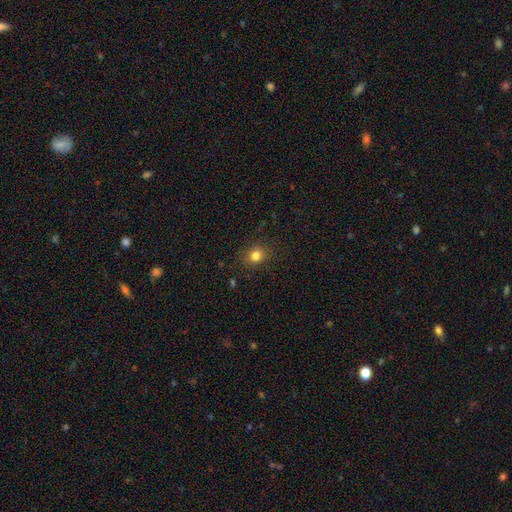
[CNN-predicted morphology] Smooth or featured? smooth (81%)
How rounded? round (75%)
Merging? none (87%)